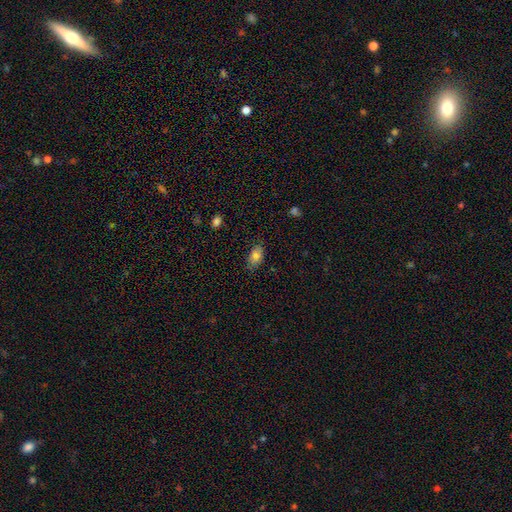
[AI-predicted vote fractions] This is clearly a smooth galaxy (82%). How rounded: clearly in between (89%). Merging: likely none (78%).